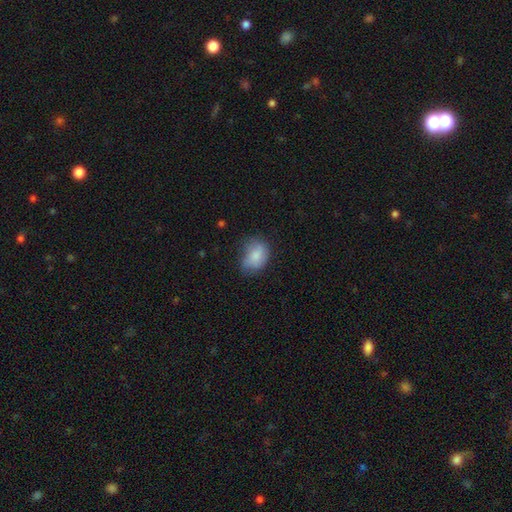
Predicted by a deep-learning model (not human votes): smooth-or-featured: smooth: 80% | featured or disk: 12% | star or artifact: 8%
  how-rounded: in between: 71% | round: 28% | cigar-shaped: 1%
  merging: none: 51% | minor disturbance: 36% | major disturbance: 11% | merger: 2%